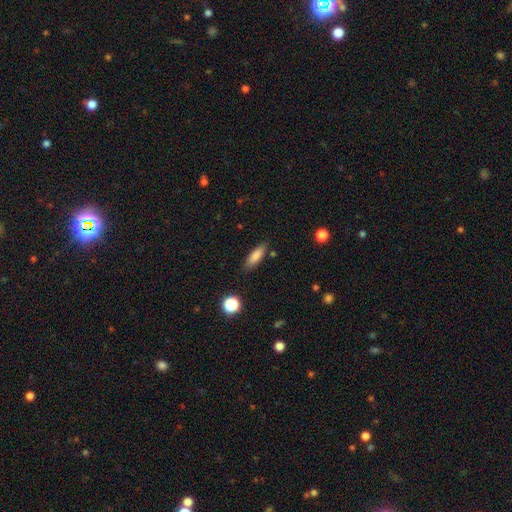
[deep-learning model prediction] Q: Smooth or featured?
A: smooth (78%); runner-up: featured or disk (13%)
Q: How rounded?
A: cigar-shaped (51%); runner-up: in between (47%)
Q: Merging?
A: none (82%); runner-up: minor disturbance (13%)